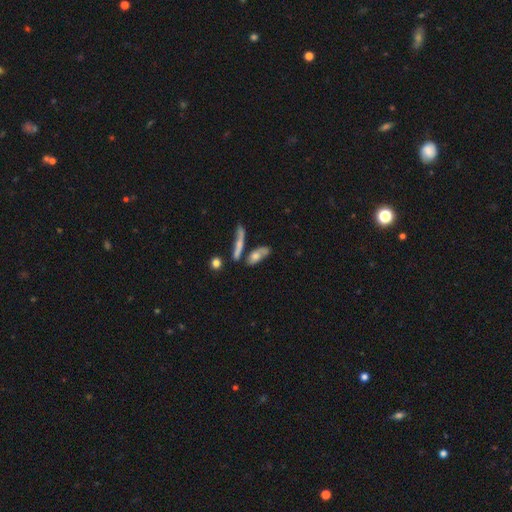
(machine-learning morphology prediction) This appears to be a smooth galaxy with no disk features (56%) that is in between round and cigar-shaped (52%). Merging: none (48%).